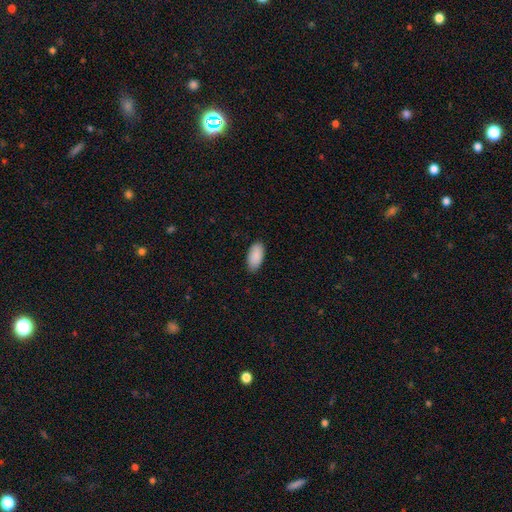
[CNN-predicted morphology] Q: Smooth or featured?
A: smooth (89%); runner-up: star or artifact (6%)
Q: How rounded?
A: in between (94%); runner-up: cigar-shaped (4%)
Q: Merging?
A: none (83%); runner-up: minor disturbance (14%)